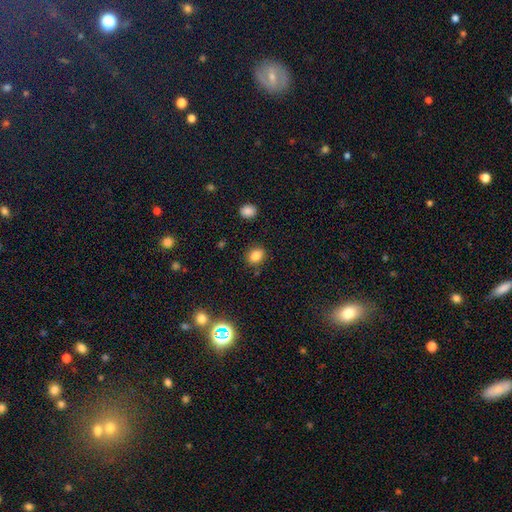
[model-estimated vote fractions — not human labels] Smooth or featured? smooth (82%)
How rounded? in between (55%)
Merging? none (85%)